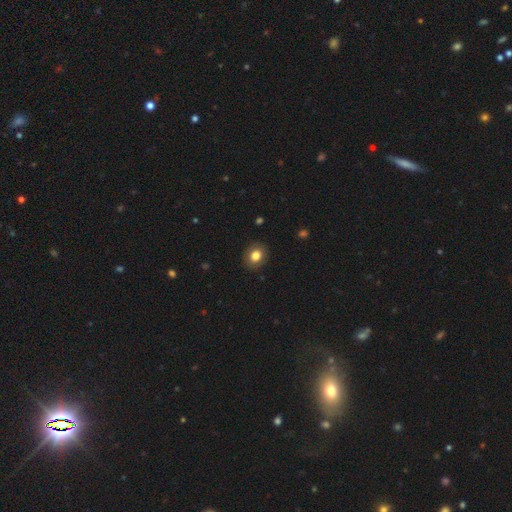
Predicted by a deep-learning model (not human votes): This appears to be a smooth galaxy with no disk features (82%) that is round (58%). Merging: none (88%).